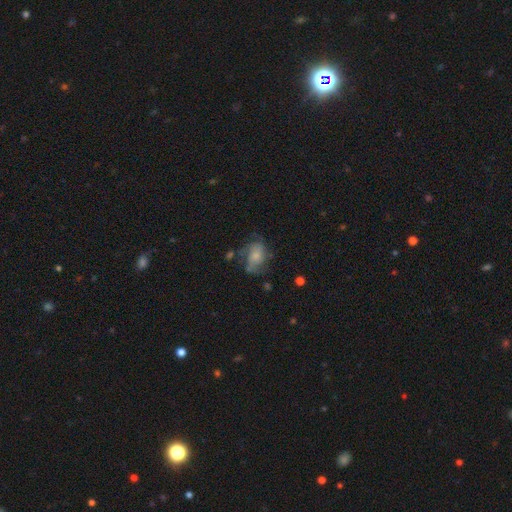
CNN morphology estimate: Smooth or featured: featured or disk — 50% (smooth — 40%)
Edge-on disk: no — 97% (yes — 3%)
Merging: none — 45% (minor disturbance — 26%)